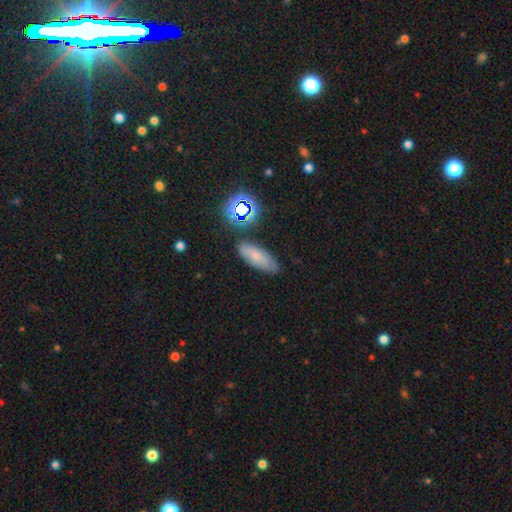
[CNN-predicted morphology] Smooth or featured? smooth (61%)
How rounded? in between (71%)
Merging? none (72%)